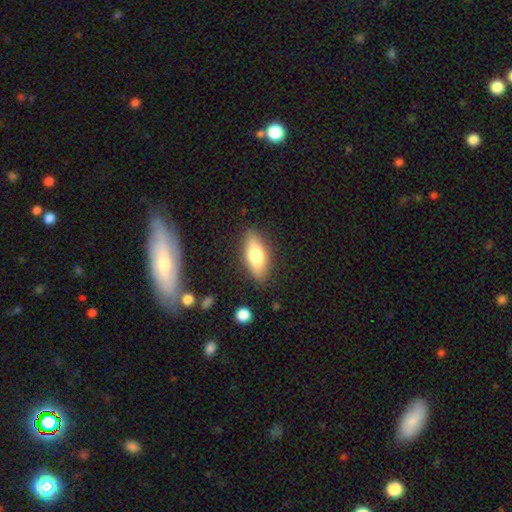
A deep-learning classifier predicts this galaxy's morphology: smooth-or-featured: smooth: 72% | featured or disk: 21% | star or artifact: 7%
  how-rounded: in between: 74% | cigar-shaped: 23% | round: 3%
  merging: none: 84% | minor disturbance: 11% | major disturbance: 3% | merger: 2%